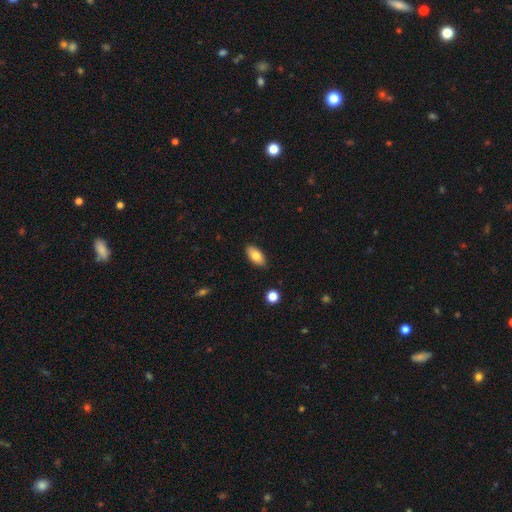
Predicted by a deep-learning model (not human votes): A smooth galaxy with no disk features (81%) that is in between round and cigar-shaped (91%). Merging: none (88%).